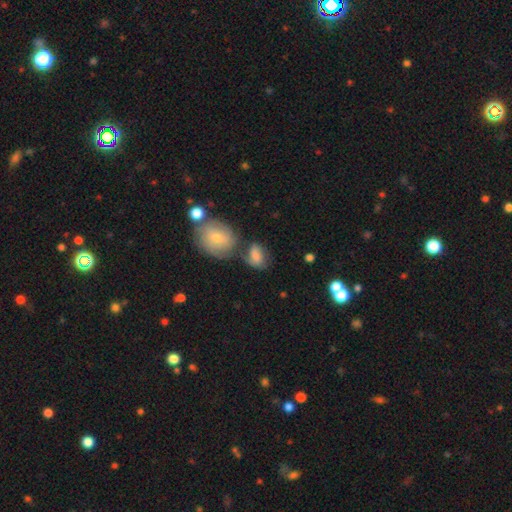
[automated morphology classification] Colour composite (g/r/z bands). It shows a smooth galaxy with no disk features (68%) that is in between round and cigar-shaped (71%). Merging: none (38%).